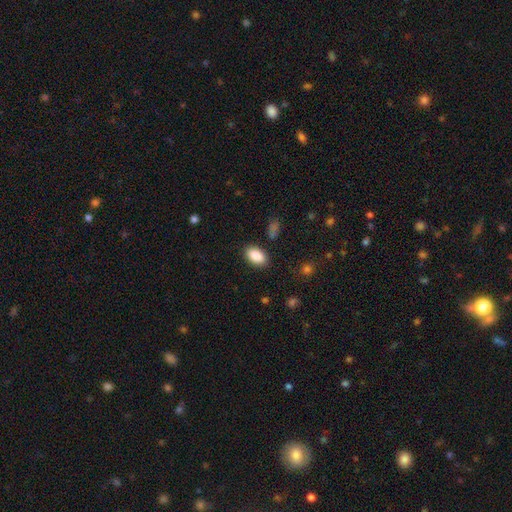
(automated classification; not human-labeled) Smooth or featured? smooth (88%)
How rounded? in between (92%)
Merging? none (86%)